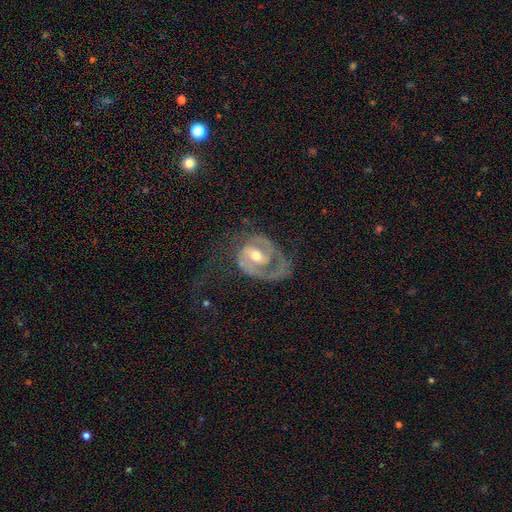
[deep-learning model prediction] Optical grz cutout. It shows a featured or disk galaxy (81%) with a weak bar (43%), 1 (47%) medium (39%, tied with tight) spiral arms (83%) and a moderate central bulge (70%). Merging: none (40%).